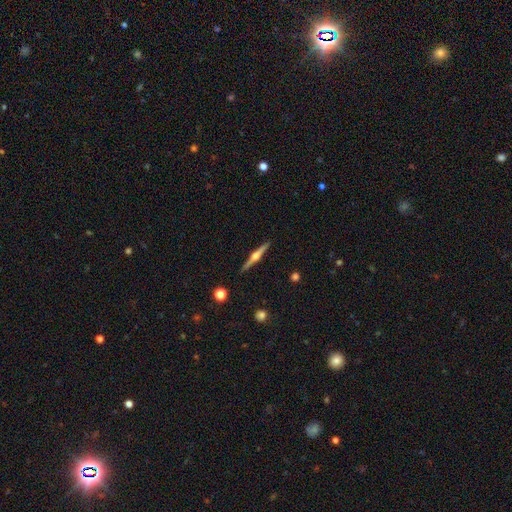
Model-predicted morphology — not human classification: featured or disk 80%, smooth 14%, star or artifact 5%. Down the decision tree: edge-on disk — yes (98%); edge-on bulge — rounded (92%); merging — none (92%).